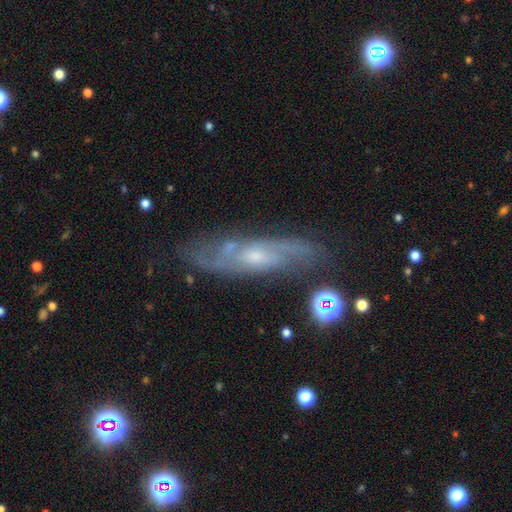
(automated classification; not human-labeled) Overall: featured or disk (75%). Edge-on disk: no (70%). Bar: no (63%; weak 31%). Spiral arms: yes (86%). Bulge size: small (58%; moderate 35%). Merging: none (74%).